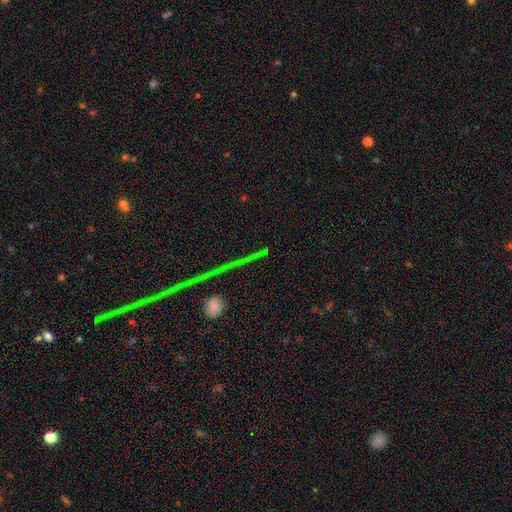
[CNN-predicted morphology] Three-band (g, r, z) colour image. It shows a star or artifact, not a galaxy (76%).